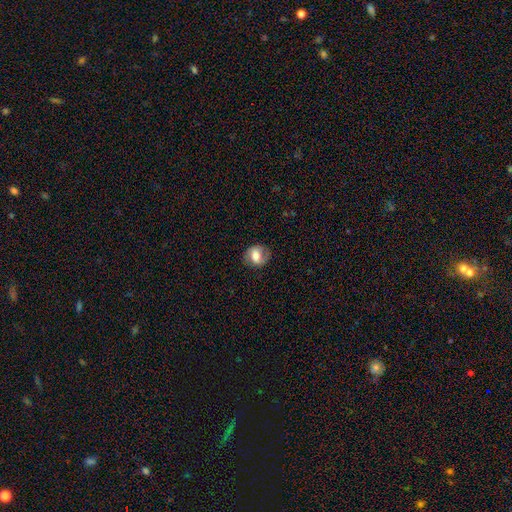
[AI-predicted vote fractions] A smooth galaxy with no disk features (58%) that is round (54%). Merging: none (76%).